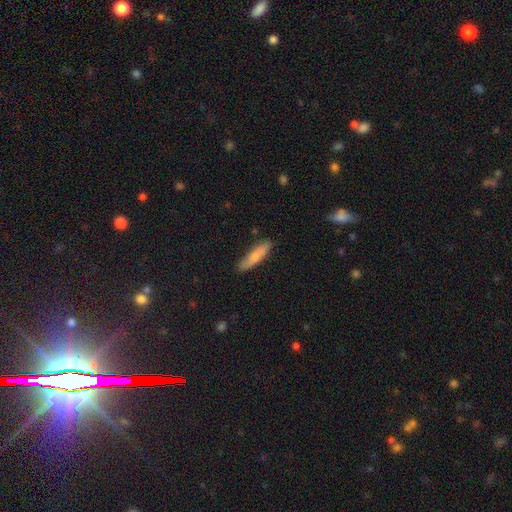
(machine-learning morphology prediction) Overall: smooth (79%). How rounded: cigar-shaped (81%). Merging: none (83%).